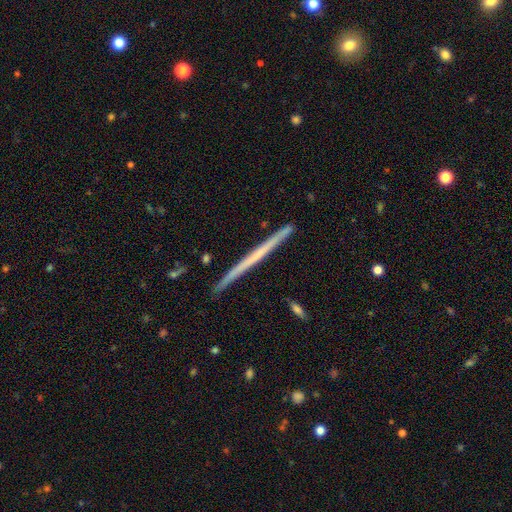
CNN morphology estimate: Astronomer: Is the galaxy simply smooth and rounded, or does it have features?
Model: featured or disk — 59% (runner-up: smooth, 35%).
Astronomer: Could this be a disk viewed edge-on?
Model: yes — 98%.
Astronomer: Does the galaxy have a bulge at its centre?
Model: none — 90%.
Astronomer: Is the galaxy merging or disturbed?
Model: none — 92%.